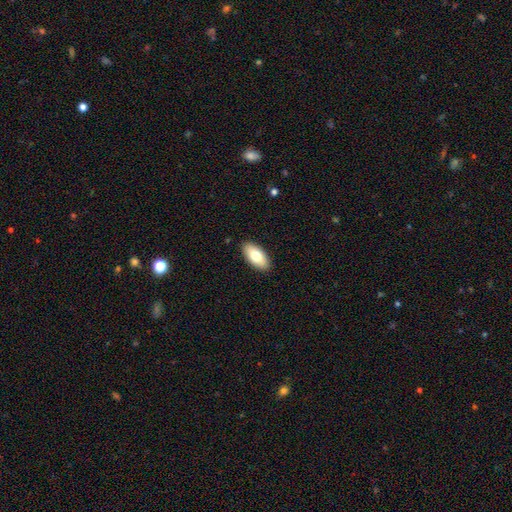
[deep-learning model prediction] Smooth or featured? smooth (77%)
How rounded? in between (93%)
Merging? none (90%)